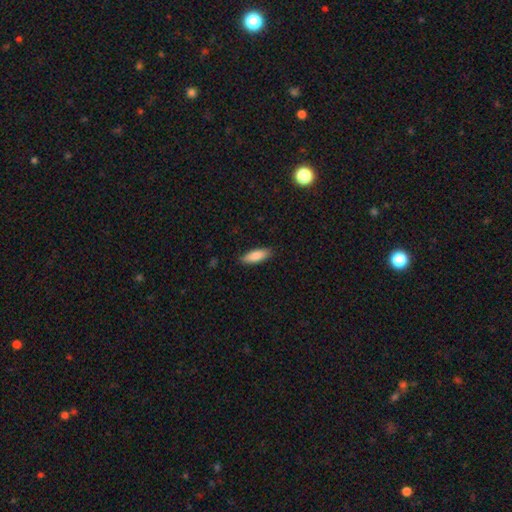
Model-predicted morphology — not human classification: type=smooth (85%); roundness=in between (67%); merging=none (87%).